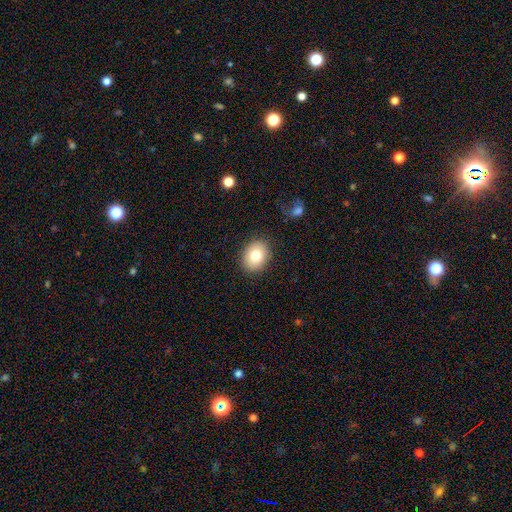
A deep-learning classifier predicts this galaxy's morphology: A smooth galaxy with no disk features (78%) that is round (52%).

Vote fractions:
- Smooth or featured? smooth: 78% / featured or disk: 13% / star or artifact: 10%
- How rounded? round: 52% / in between: 47% / cigar-shaped: 1%
- Merging? none: 88% / minor disturbance: 9% / major disturbance: 3% / merger: 1%